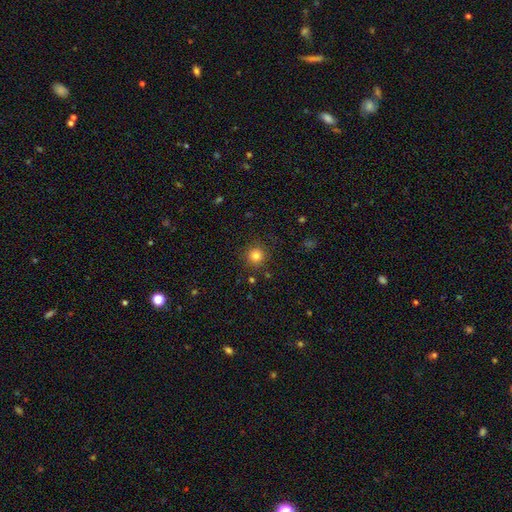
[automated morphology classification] Smooth or featured?
  - smooth: 82% *
  - star or artifact: 13%
  - featured or disk: 6%
How rounded?
  - round: 94% *
  - in between: 5%
  - cigar-shaped: 1%
Merging?
  - none: 88% *
  - minor disturbance: 7%
  - major disturbance: 3%
  - merger: 2%